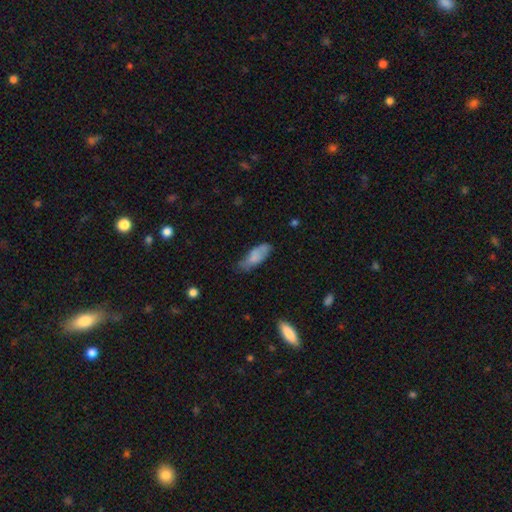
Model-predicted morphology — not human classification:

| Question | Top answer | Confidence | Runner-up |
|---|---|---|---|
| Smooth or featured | smooth | 76% | featured or disk (17%) |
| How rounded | in between | 75% | cigar-shaped (23%) |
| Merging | none | 53% | minor disturbance (34%) |